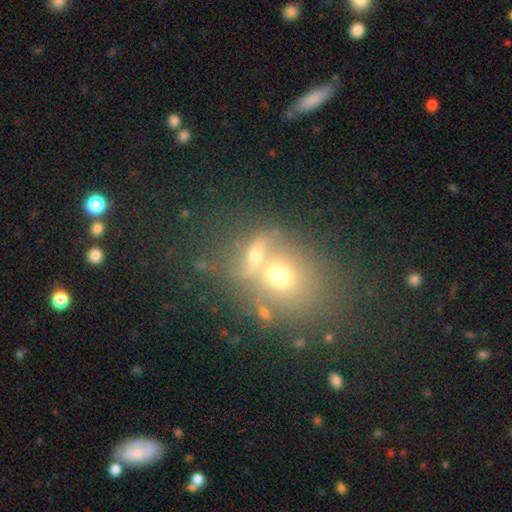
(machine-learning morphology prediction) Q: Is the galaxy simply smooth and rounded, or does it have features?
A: smooth — 55%.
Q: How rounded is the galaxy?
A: in between — 48%, tied with round.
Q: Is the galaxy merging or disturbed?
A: merger — 55%.